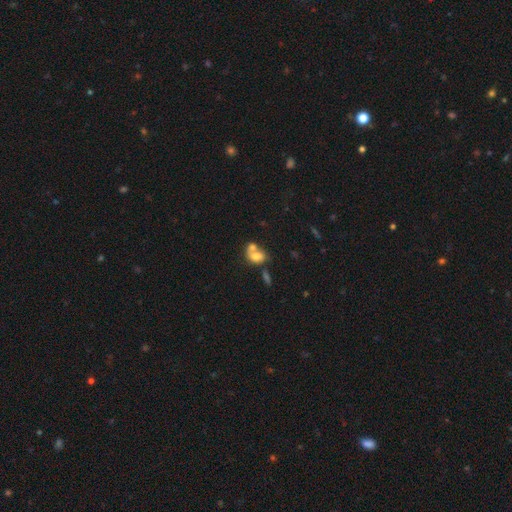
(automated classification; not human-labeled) Smooth or featured? smooth (65%)
How rounded? in between (72%)
Merging? merger (62%)